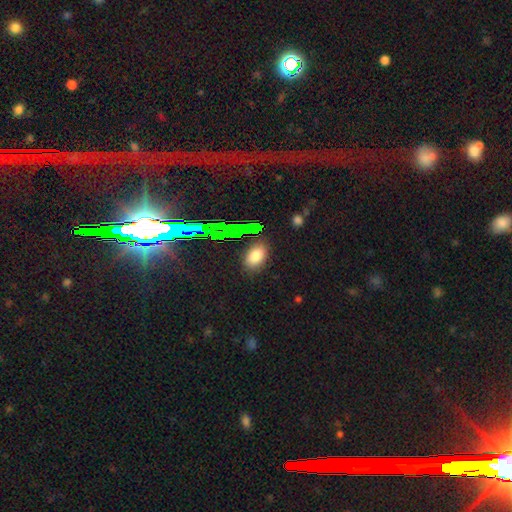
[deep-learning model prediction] Smooth or featured?
  - smooth: 80% *
  - star or artifact: 12%
  - featured or disk: 8%
How rounded?
  - in between: 86% *
  - round: 11%
  - cigar-shaped: 2%
Merging?
  - none: 76% *
  - minor disturbance: 15%
  - major disturbance: 5%
  - merger: 4%